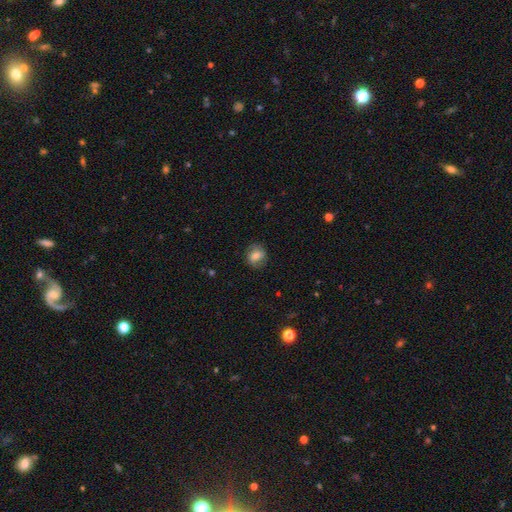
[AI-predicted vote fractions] Smooth or featured? smooth (64%)
How rounded? round (69%)
Merging? none (79%)